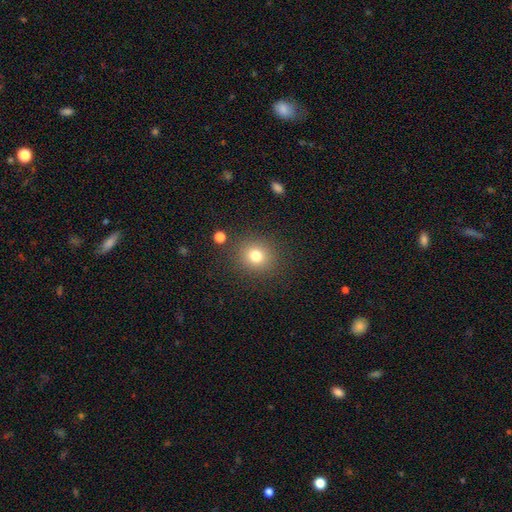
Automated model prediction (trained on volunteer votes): This appears to be a smooth galaxy with no disk features (78%) that is round (85%). Merging: none (87%).